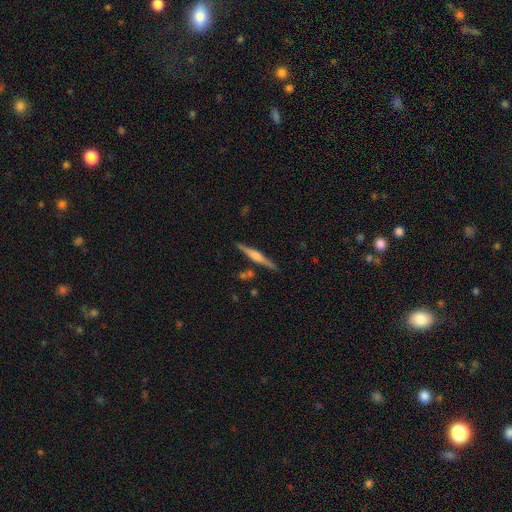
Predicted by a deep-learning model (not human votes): Smooth or featured? Predicted: featured or disk (p=0.68). Edge-on disk? Predicted: yes (p=0.98). Edge-on bulge? Predicted: rounded (p=0.64). Merging? Predicted: none (p=0.87).